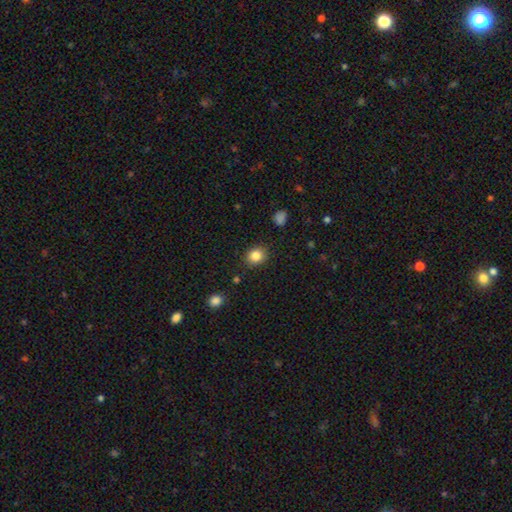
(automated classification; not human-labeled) Smooth or featured? smooth (85%)
How rounded? round (70%)
Merging? none (87%)